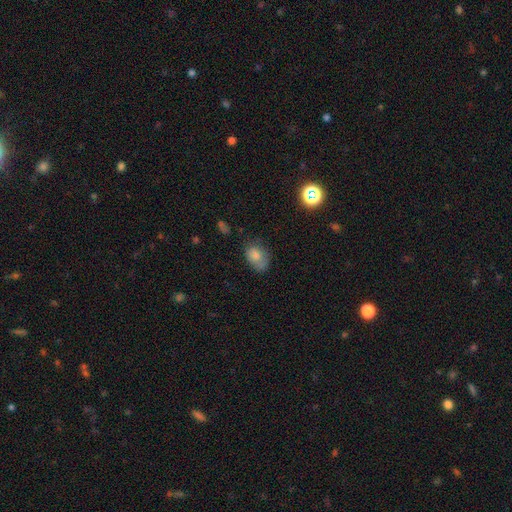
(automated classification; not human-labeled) A smooth galaxy with no disk features (77%) that is in between round and cigar-shaped (76%). Merging: none (52%).